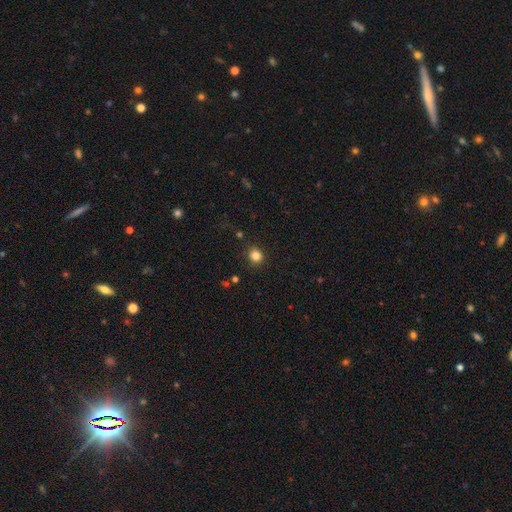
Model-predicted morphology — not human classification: Smooth or featured?
  - smooth: 83% *
  - star or artifact: 13%
  - featured or disk: 5%
How rounded?
  - round: 85% *
  - in between: 14%
  - cigar-shaped: 1%
Merging?
  - none: 87% *
  - minor disturbance: 9%
  - major disturbance: 3%
  - merger: 2%